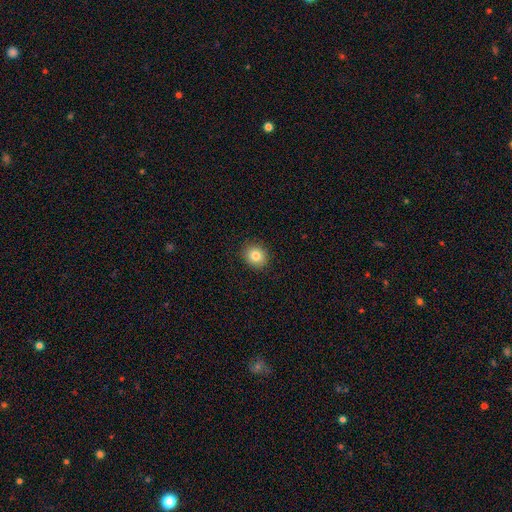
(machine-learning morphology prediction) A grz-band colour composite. It shows a smooth galaxy with no disk features (82%) that is round (82%). Merging: none (91%).